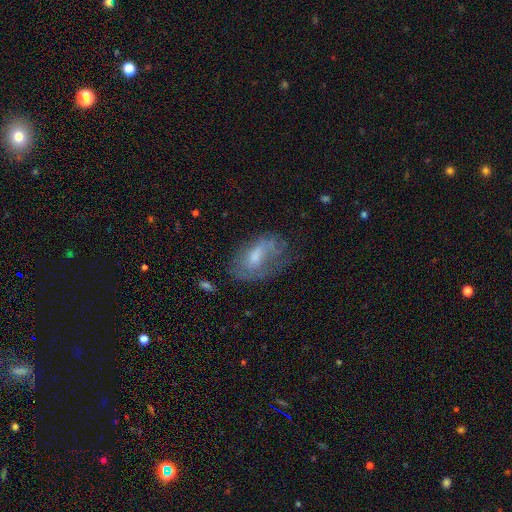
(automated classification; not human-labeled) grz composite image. It shows a featured or disk galaxy (46%). Merging: none (44%).